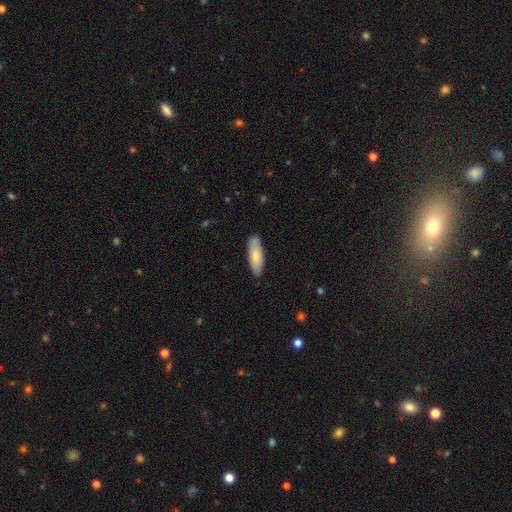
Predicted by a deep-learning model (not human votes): Smooth or featured: smooth — 79% (featured or disk — 15%)
How rounded: in between — 60% (cigar-shaped — 38%)
Merging: none — 86% (minor disturbance — 11%)